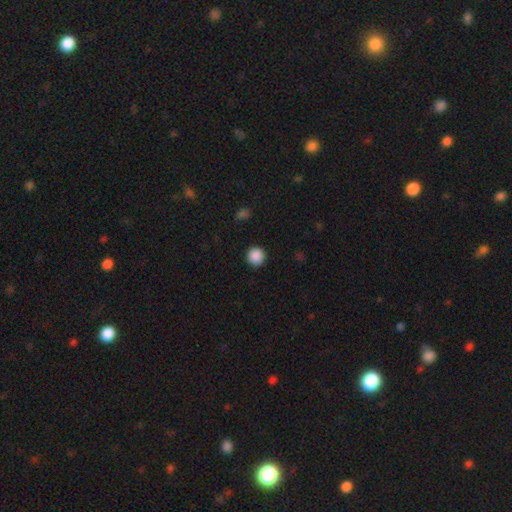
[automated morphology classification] smooth-or-featured: smooth: 89% | star or artifact: 9% | featured or disk: 2%
  how-rounded: round: 96% | in between: 4% | cigar-shaped: 1%
  merging: none: 92% | minor disturbance: 5% | major disturbance: 2% | merger: 1%